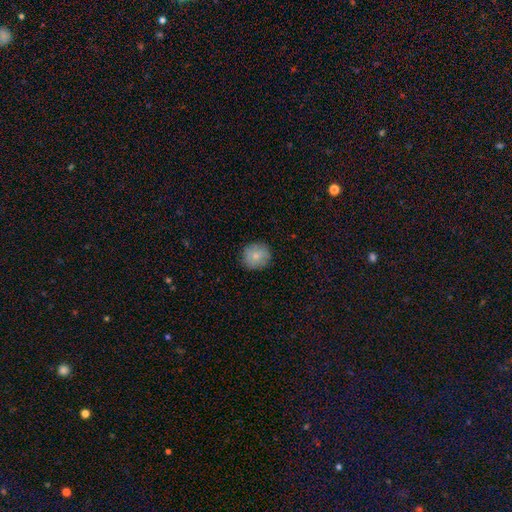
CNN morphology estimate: smooth_or_featured: smooth (p=0.81) [alt: featured or disk p=0.11]
how_rounded: round (p=0.87) [alt: in between p=0.12]
merging: none (p=0.87) [alt: minor disturbance p=0.10]